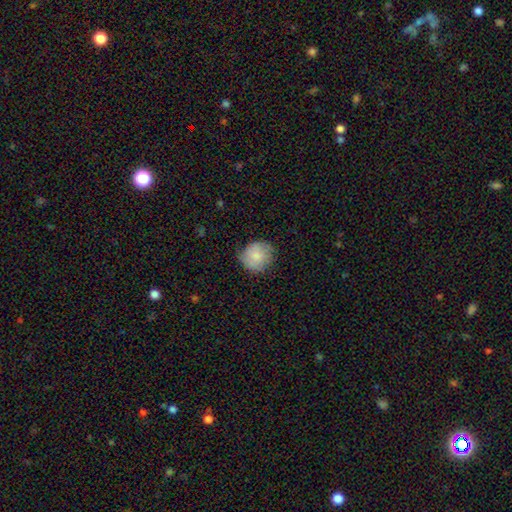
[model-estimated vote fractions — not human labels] Smooth or featured?
  - smooth: 77% *
  - featured or disk: 16%
  - star or artifact: 7%
How rounded?
  - round: 87% *
  - in between: 12%
  - cigar-shaped: 1%
Merging?
  - none: 71% *
  - minor disturbance: 23%
  - major disturbance: 5%
  - merger: 1%